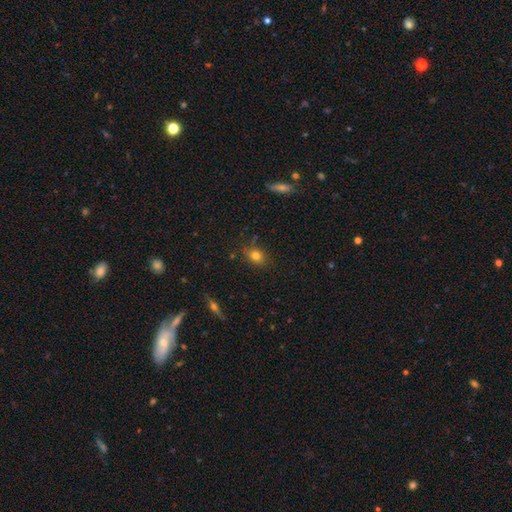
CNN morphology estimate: A smooth galaxy with no disk features (77%) that is in between round and cigar-shaped (55%).

Vote fractions:
- Smooth or featured? smooth: 77% / star or artifact: 13% / featured or disk: 10%
- How rounded? in between: 55% / round: 43% / cigar-shaped: 2%
- Merging? none: 82% / minor disturbance: 13% / major disturbance: 3% / merger: 2%